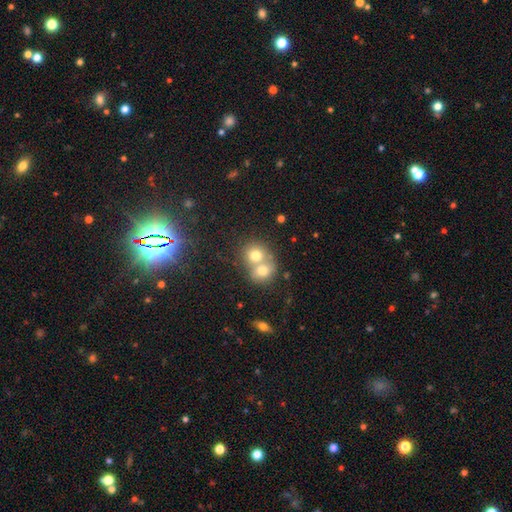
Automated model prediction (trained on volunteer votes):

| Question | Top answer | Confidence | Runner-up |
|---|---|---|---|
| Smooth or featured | smooth | 71% | featured or disk (18%) |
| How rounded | round | 75% | in between (24%) |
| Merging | merger | 66% | none (26%) |